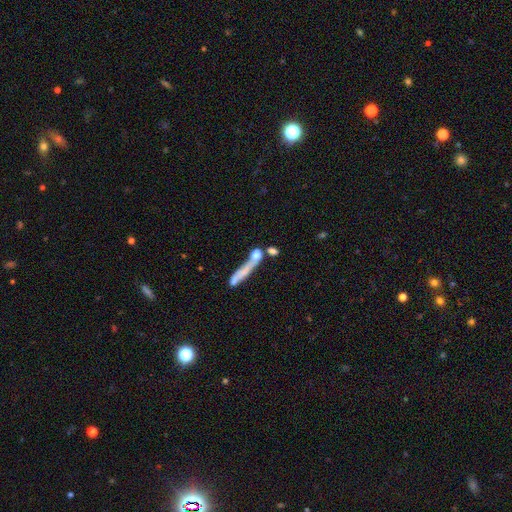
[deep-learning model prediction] smooth-or-featured: smooth: 59% | featured or disk: 30% | star or artifact: 11%
  how-rounded: cigar-shaped: 67% | in between: 18% | round: 15%
  merging: merger: 43% | none: 26% | major disturbance: 18% | minor disturbance: 13%